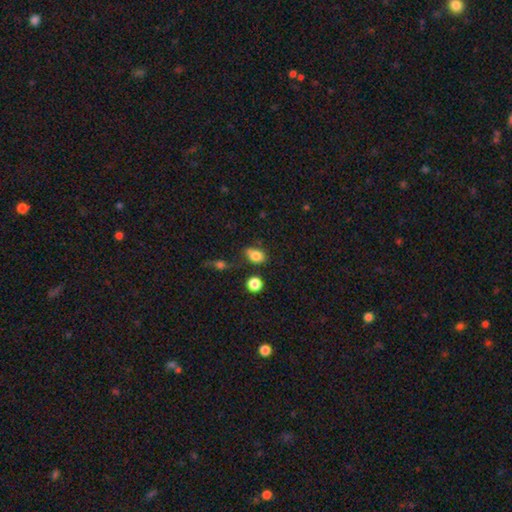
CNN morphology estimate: This appears to be a smooth galaxy with no disk features (81%) that is in between round and cigar-shaped (64%). Merging: none (57%).